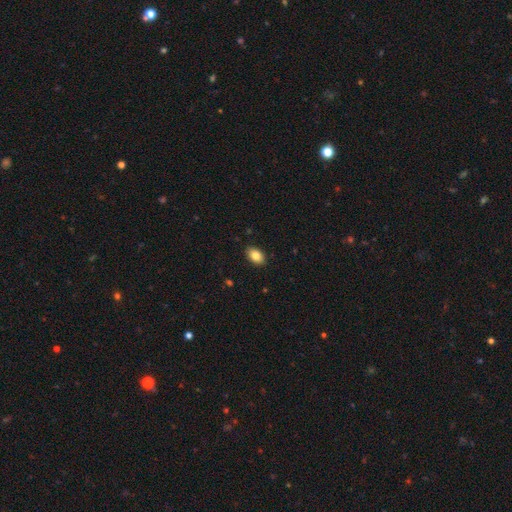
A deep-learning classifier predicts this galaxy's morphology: Smooth or featured: smooth — 85% (featured or disk — 8%)
How rounded: in between — 89% (round — 9%)
Merging: none — 89% (minor disturbance — 8%)